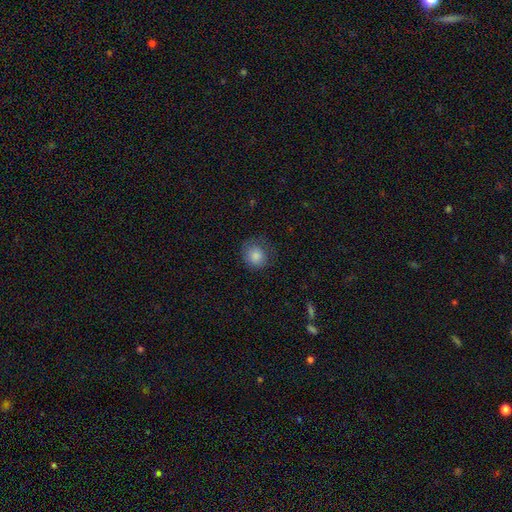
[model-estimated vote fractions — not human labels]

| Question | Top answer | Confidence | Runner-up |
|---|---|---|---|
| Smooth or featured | smooth | 84% | star or artifact (9%) |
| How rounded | round | 84% | in between (15%) |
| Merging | none | 70% | minor disturbance (20%) |